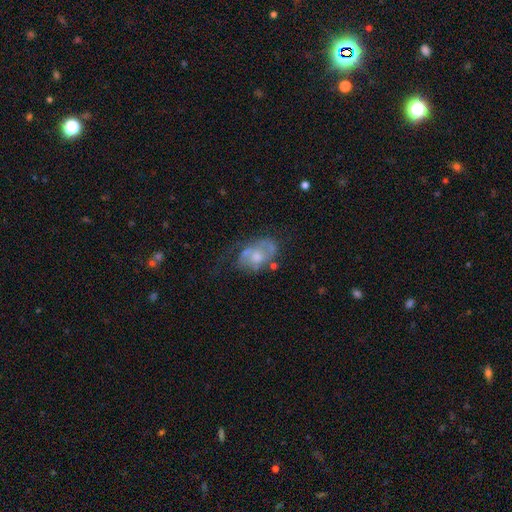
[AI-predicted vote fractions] Overall: featured or disk (59%; smooth 33%). Edge-on disk: no (96%). Bar: no (79%). Spiral arms: yes (52%; no 48%). Bulge size: moderate (55%; small 30%). Merging: none (40%; minor disturbance 28%).